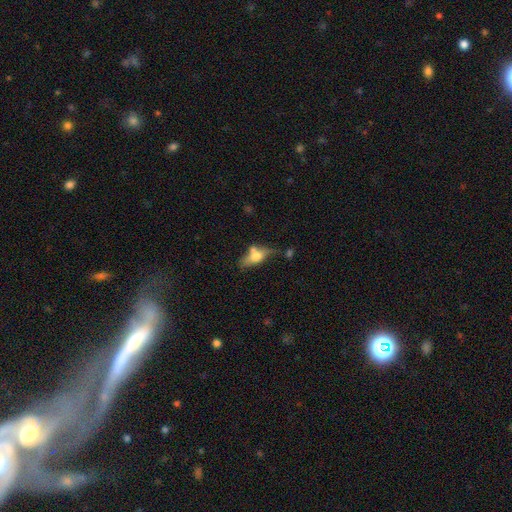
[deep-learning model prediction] A smooth galaxy with no disk features (54%) that is in between round and cigar-shaped (70%).

Vote fractions:
- Smooth or featured? smooth: 54% / featured or disk: 38% / star or artifact: 9%
- How rounded? in between: 70% / cigar-shaped: 23% / round: 7%
- Merging? none: 37% / merger: 26% / minor disturbance: 22% / major disturbance: 15%